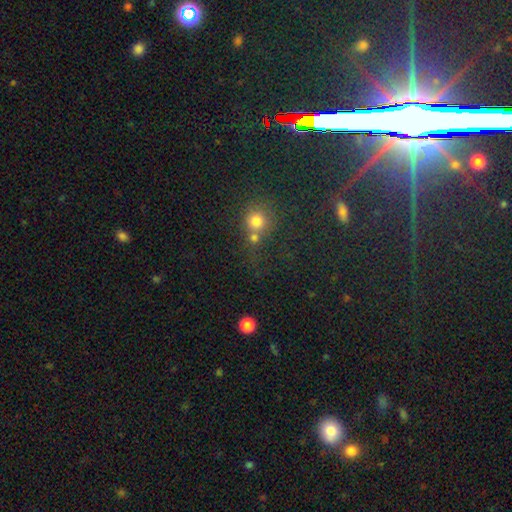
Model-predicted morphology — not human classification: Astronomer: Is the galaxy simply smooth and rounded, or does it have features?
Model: star or artifact — 45% (runner-up: smooth, 44%).